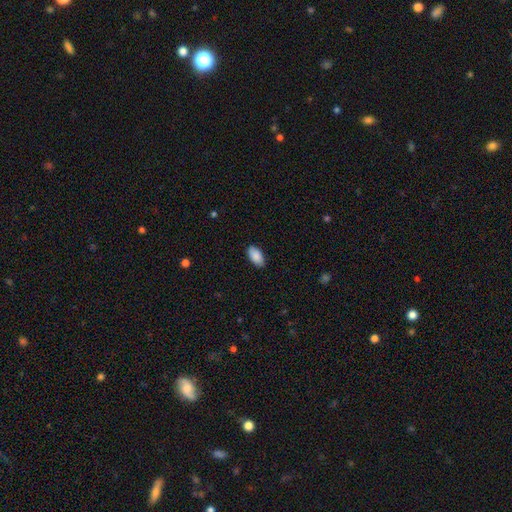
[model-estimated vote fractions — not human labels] Smooth or featured? Predicted: smooth (p=0.89). How rounded? Predicted: in between (p=0.95). Merging? Predicted: none (p=0.87).